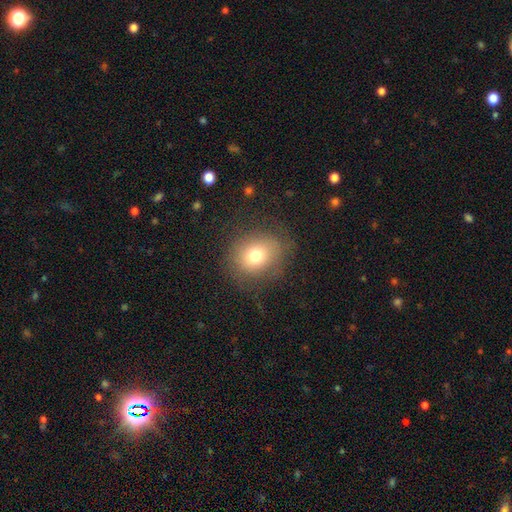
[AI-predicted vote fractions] Smooth or featured? Predicted: smooth (p=0.73). How rounded? Predicted: round (p=0.73). Merging? Predicted: none (p=0.77).